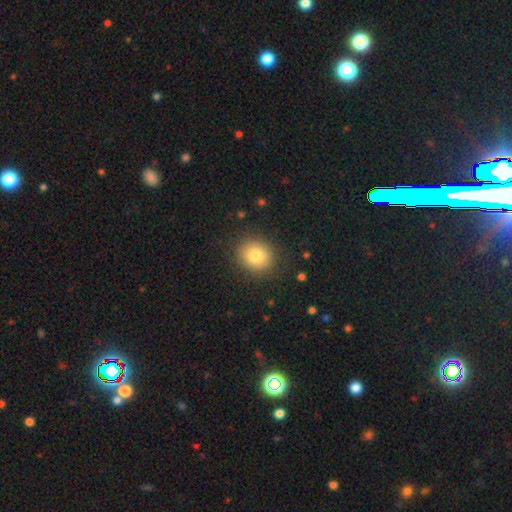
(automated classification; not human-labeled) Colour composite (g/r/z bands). It shows a smooth galaxy with no disk features (81%) that is round (77%). Merging: none (88%).